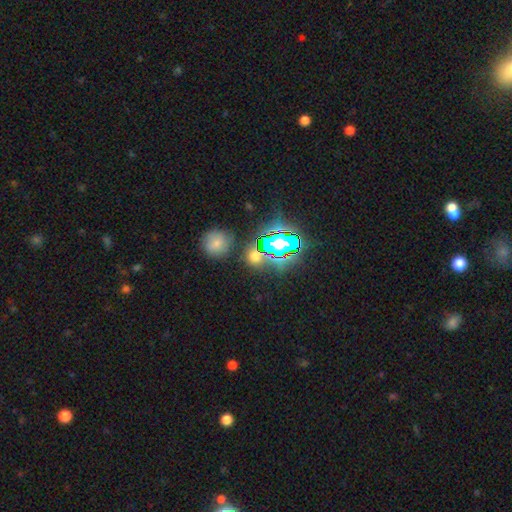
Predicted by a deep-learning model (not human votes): Overall: star or artifact (51%; smooth 40%).